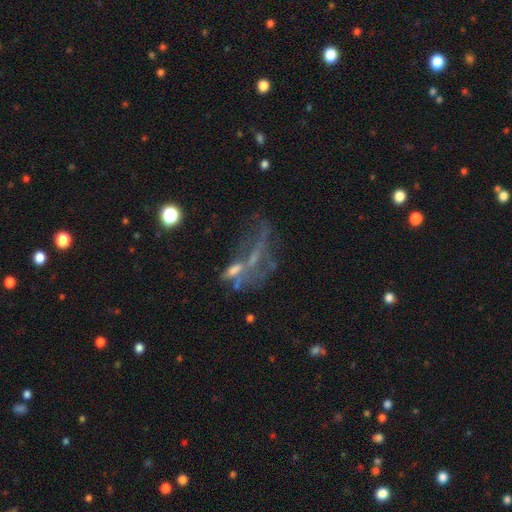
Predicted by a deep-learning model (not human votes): A featured or disk galaxy (51%).

Vote fractions:
- Smooth or featured? featured or disk: 51% / star or artifact: 28% / smooth: 21%
- Edge-on disk? no: 87% / yes: 13%
- Merging? major disturbance: 42% / none: 28% / merger: 17% / minor disturbance: 14%